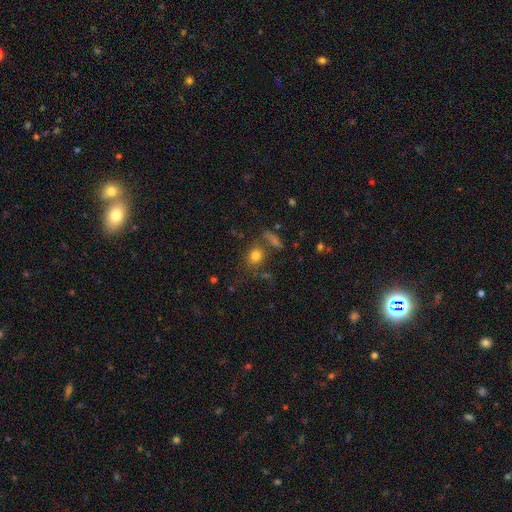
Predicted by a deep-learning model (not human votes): Morphology: type=smooth (78%); roundness=round (64%); merging=none (66%).